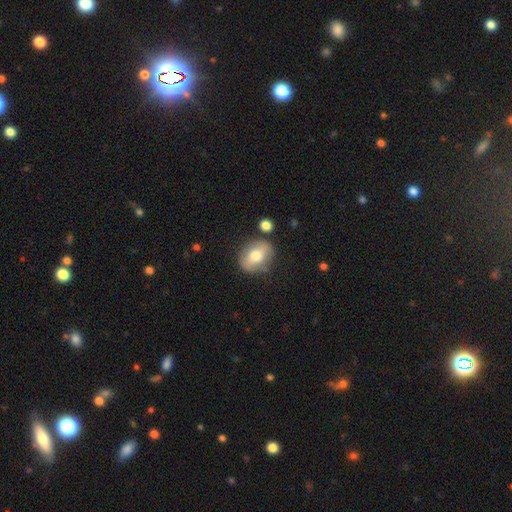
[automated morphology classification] type=smooth (59%); roundness=in between (60%); merging=none (76%).